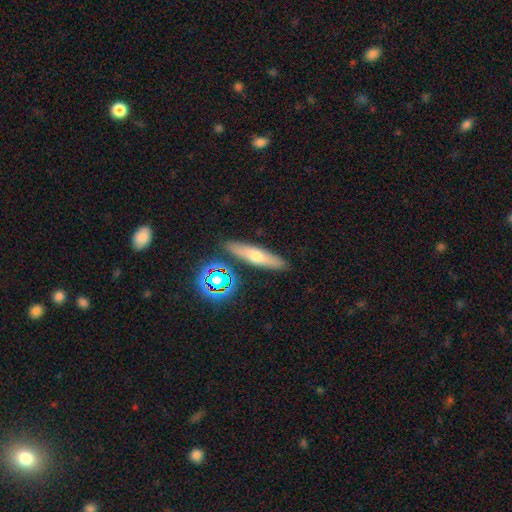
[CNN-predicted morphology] smooth_or_featured: smooth (p=0.53) [alt: featured or disk p=0.35]
how_rounded: cigar-shaped (p=0.77) [alt: in between p=0.19]
merging: none (p=0.86) [alt: minor disturbance p=0.08]